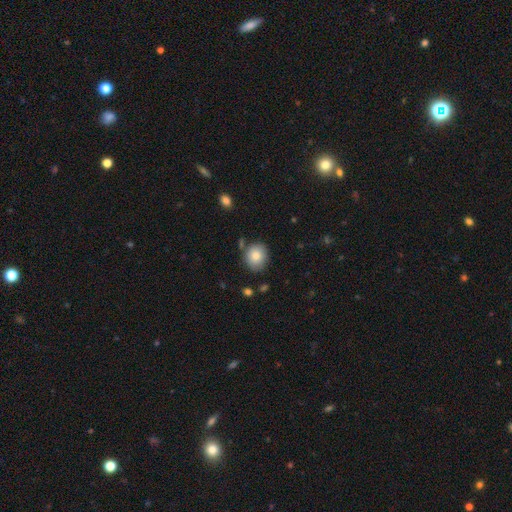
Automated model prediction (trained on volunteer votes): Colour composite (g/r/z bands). It shows a smooth galaxy with no disk features (82%) that is round (72%). Merging: none (78%).